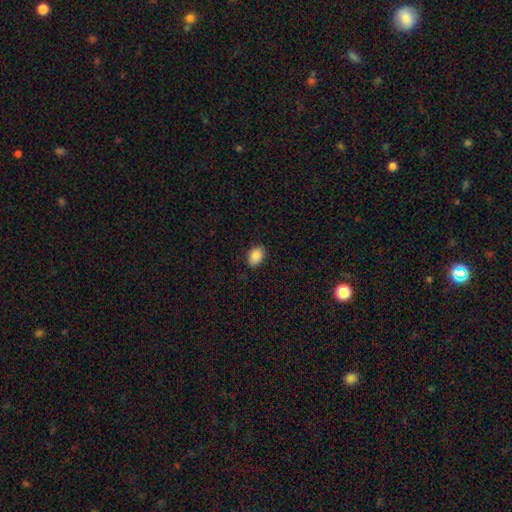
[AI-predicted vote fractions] smooth_or_featured: smooth (p=0.89) [alt: star or artifact p=0.07]
how_rounded: in between (p=0.84) [alt: round p=0.15]
merging: none (p=0.86) [alt: minor disturbance p=0.10]